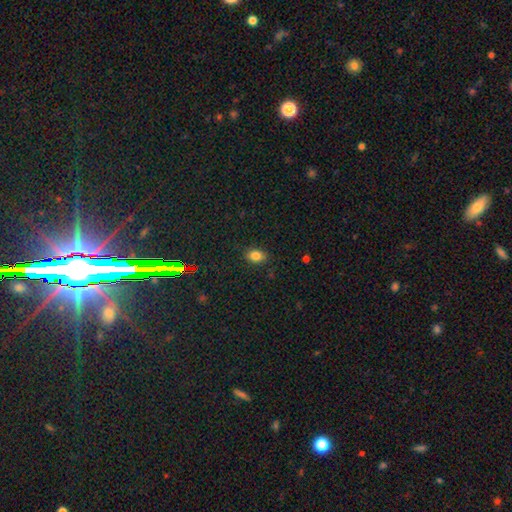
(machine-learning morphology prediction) Smooth or featured: smooth — 82% (star or artifact — 12%)
How rounded: in between — 71% (round — 27%)
Merging: none — 84% (minor disturbance — 12%)